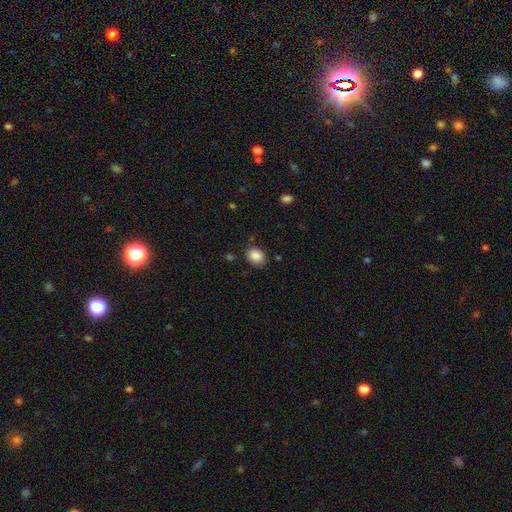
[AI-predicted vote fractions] smooth 87%, star or artifact 9%, featured or disk 4%. Down the decision tree: how rounded — in between (55%); merging — none (83%).